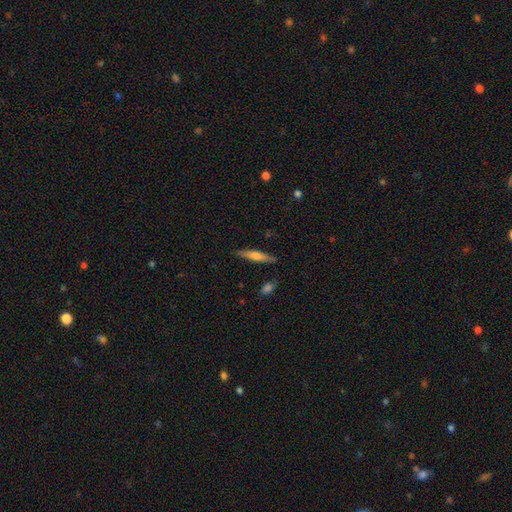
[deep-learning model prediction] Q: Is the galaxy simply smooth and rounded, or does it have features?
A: smooth — 48%.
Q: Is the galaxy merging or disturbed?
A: none — 87%.